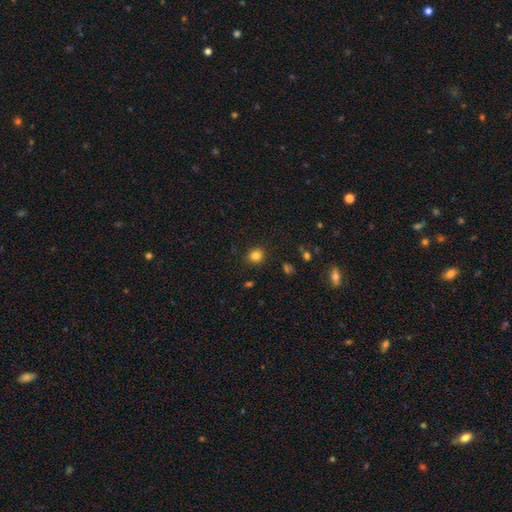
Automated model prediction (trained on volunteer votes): Smooth or featured?
  - smooth: 83% *
  - star or artifact: 12%
  - featured or disk: 5%
How rounded?
  - round: 79% *
  - in between: 20%
  - cigar-shaped: 1%
Merging?
  - none: 87% *
  - minor disturbance: 8%
  - major disturbance: 3%
  - merger: 1%